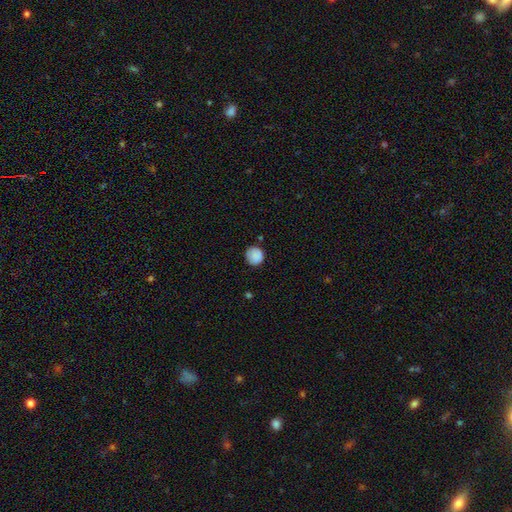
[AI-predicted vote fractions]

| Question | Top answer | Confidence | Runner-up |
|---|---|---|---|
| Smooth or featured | smooth | 86% | star or artifact (9%) |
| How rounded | round | 92% | in between (7%) |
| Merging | none | 80% | minor disturbance (15%) |